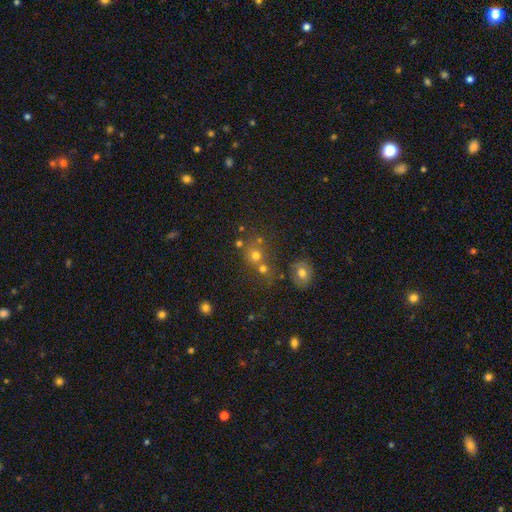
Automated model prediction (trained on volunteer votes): The model was most divided on "merging": none: 52%, merger: 35%, minor disturbance: 9%, major disturbance: 5%. More confident: how rounded — round (83%); smooth or featured — smooth (66%).